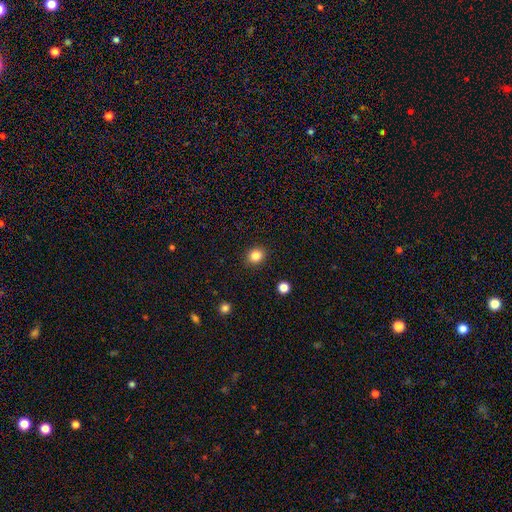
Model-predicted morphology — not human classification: Smooth or featured? smooth (85%)
How rounded? round (70%)
Merging? none (90%)